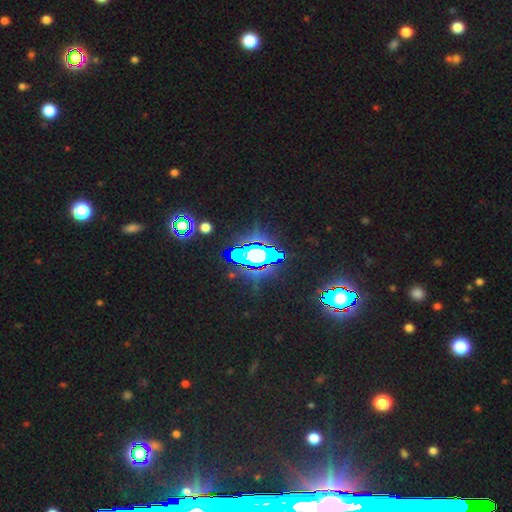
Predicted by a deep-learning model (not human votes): Smooth or featured? Predicted: star or artifact (p=0.64).